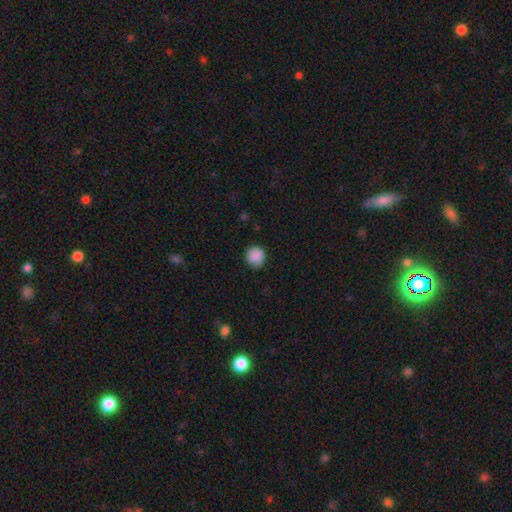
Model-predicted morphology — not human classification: The model was most divided on "smooth or featured": smooth: 89%, star or artifact: 9%, featured or disk: 2%. More confident: how rounded — round (93%); merging — none (89%).